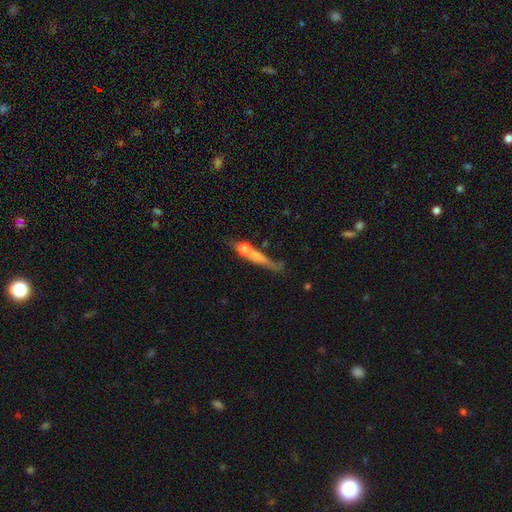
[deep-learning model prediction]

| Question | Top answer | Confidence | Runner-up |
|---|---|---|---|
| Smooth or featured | smooth | 45% | featured or disk (44%) |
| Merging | none | 41% | merger (25%) |